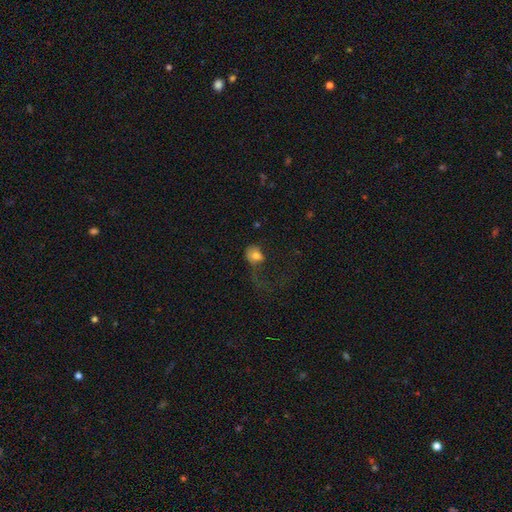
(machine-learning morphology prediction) This appears to be a smooth galaxy with no disk features (73%) that is in between round and cigar-shaped (52%). Merging: major disturbance (59%).